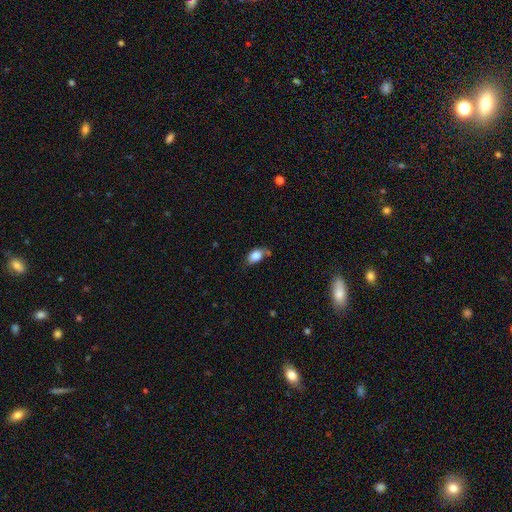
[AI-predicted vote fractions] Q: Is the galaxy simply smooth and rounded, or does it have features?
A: smooth — 83%.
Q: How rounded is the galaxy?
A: in between — 84%.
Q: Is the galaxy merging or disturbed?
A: none — 56%.